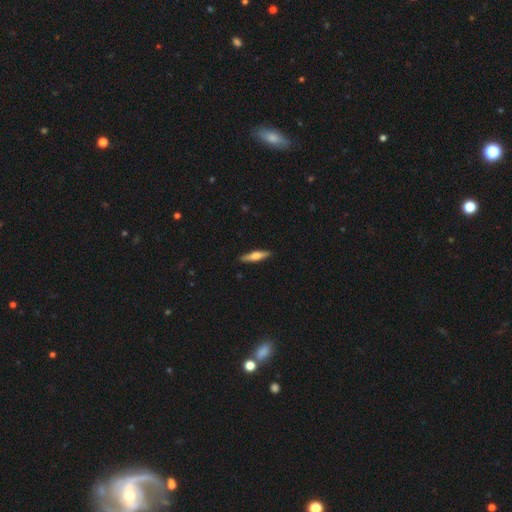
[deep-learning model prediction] Q: Smooth or featured?
A: smooth (56%); runner-up: featured or disk (38%)
Q: How rounded?
A: cigar-shaped (81%); runner-up: in between (17%)
Q: Merging?
A: none (90%); runner-up: minor disturbance (8%)